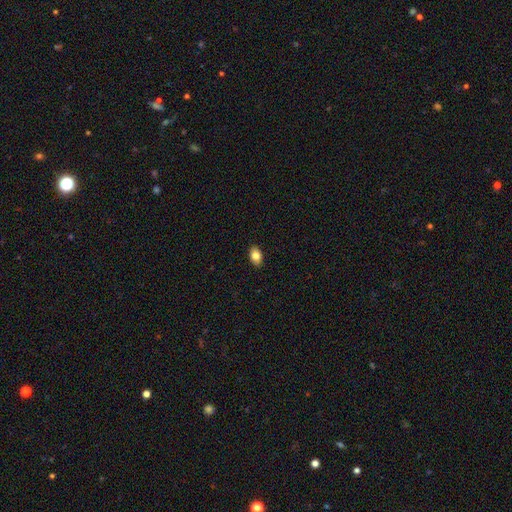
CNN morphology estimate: Smooth or featured? smooth (83%)
How rounded? in between (88%)
Merging? none (89%)